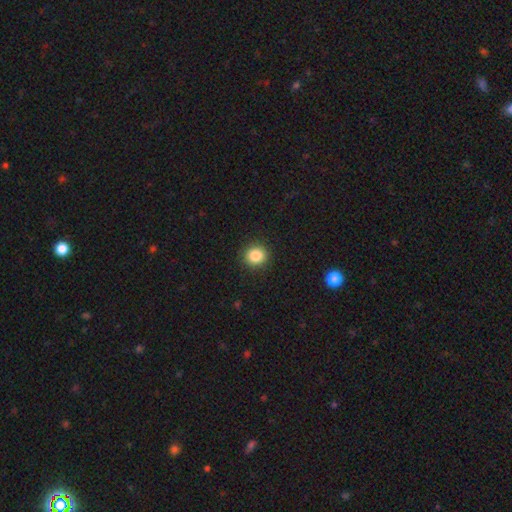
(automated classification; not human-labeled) Smooth or featured: smooth — 85% (star or artifact — 10%)
How rounded: round — 88% (in between — 11%)
Merging: none — 92% (minor disturbance — 5%)